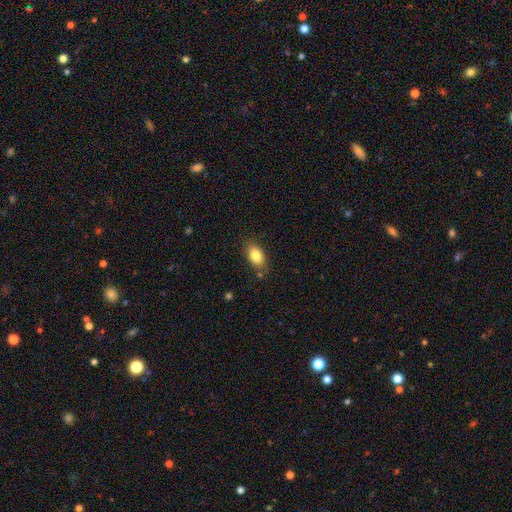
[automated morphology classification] This is clearly a smooth galaxy (83%). How rounded: clearly in between (89%). Merging: clearly none (81%).